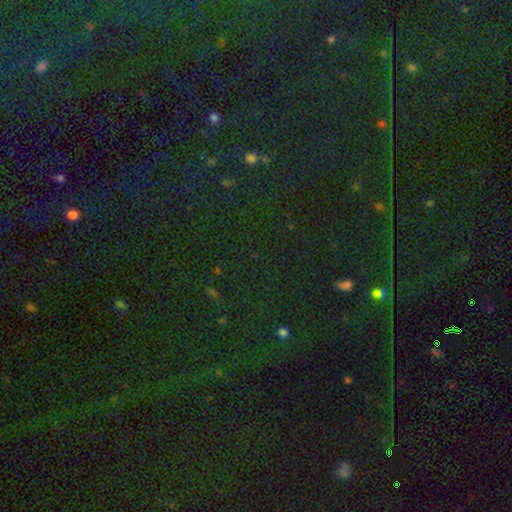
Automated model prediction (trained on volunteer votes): smooth_or_featured: star or artifact (p=0.79) [alt: smooth p=0.14]